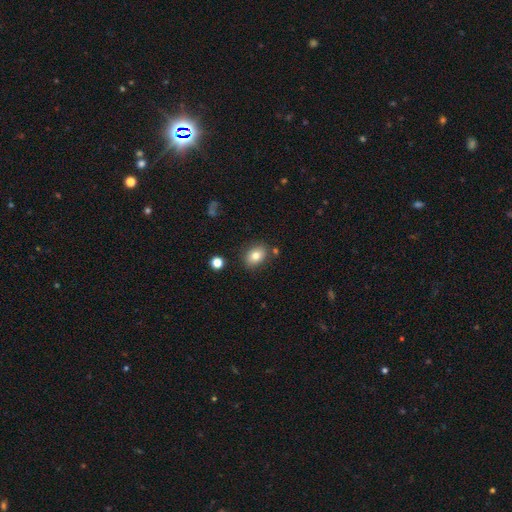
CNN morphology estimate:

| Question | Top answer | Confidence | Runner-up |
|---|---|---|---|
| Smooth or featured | smooth | 81% | featured or disk (10%) |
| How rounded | in between | 74% | round (25%) |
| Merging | none | 81% | minor disturbance (12%) |